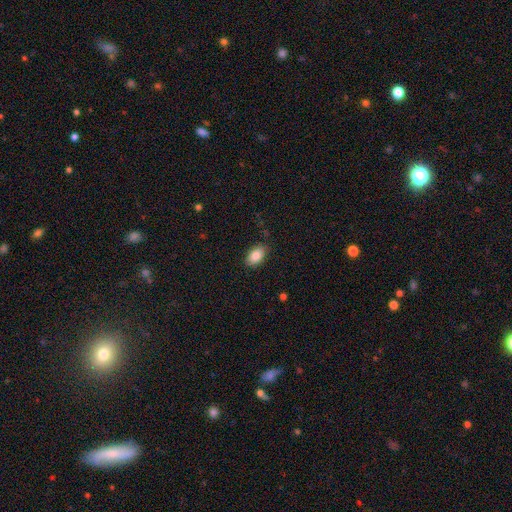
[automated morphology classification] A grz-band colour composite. It shows a smooth galaxy with no disk features (86%) that is in between round and cigar-shaped (91%). Merging: none (83%).